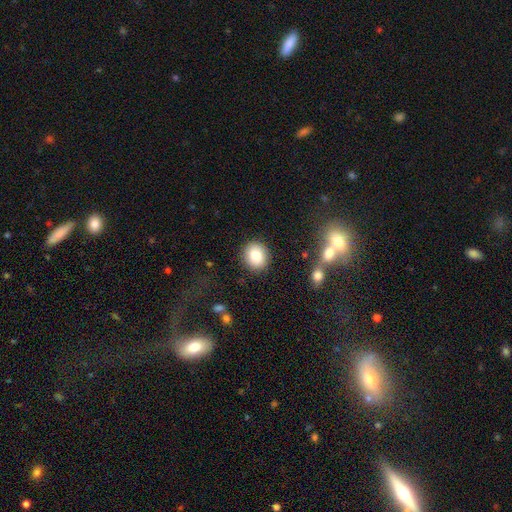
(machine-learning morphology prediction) smooth 83%, star or artifact 9%, featured or disk 8%. Down the decision tree: how rounded — round (80%); merging — none (88%).